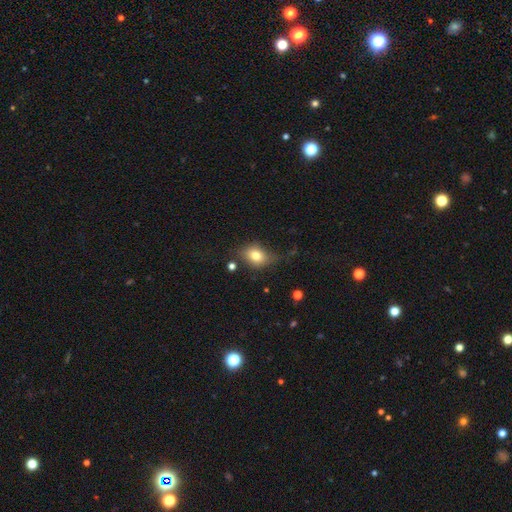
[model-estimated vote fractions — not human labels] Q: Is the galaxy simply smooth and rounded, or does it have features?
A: smooth — 75%.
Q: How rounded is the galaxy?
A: in between — 60%.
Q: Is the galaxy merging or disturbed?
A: none — 55%.